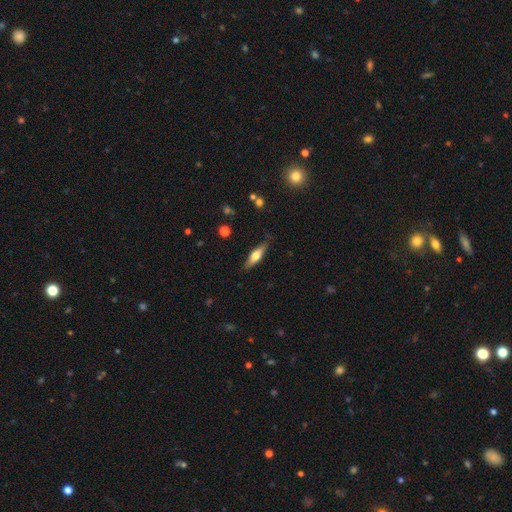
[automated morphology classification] Smooth or featured: smooth — 47% (tied with featured or disk — 47%)
Merging: none — 84% (minor disturbance — 12%)